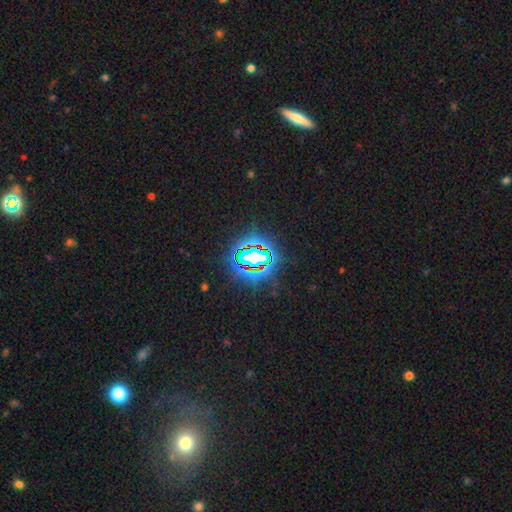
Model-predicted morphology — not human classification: star or artifact 75%, smooth 14%, featured or disk 10%.